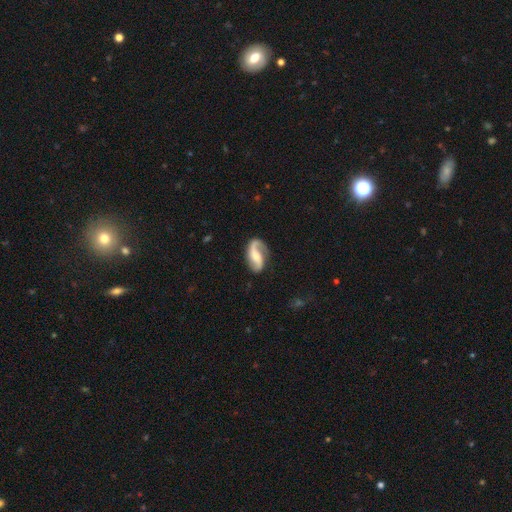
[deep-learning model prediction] A featured or disk galaxy (85%) with a weak bar (40%), 2 (83%) loose (55%) spiral arms (96%) and a moderate central bulge (44%). Merging: none (74%).